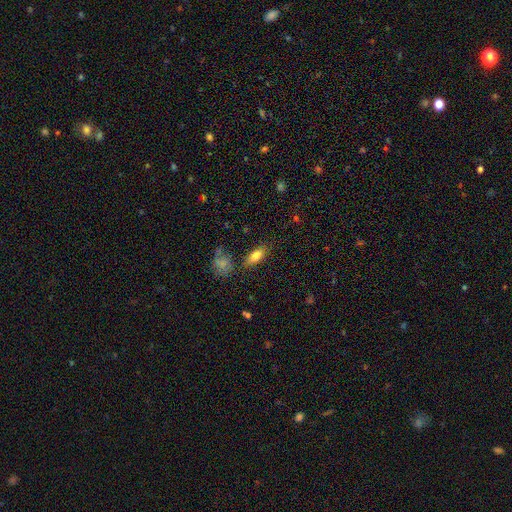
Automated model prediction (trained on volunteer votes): Smooth or featured: smooth — 77% (featured or disk — 15%)
How rounded: in between — 79% (cigar-shaped — 17%)
Merging: none — 79% (minor disturbance — 13%)